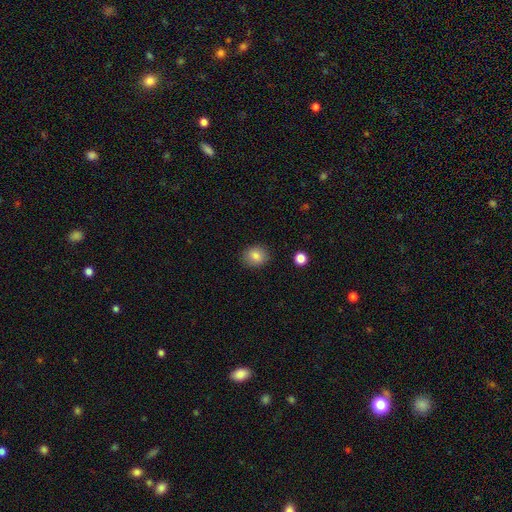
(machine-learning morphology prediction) Smooth or featured? smooth (84%)
How rounded? round (69%)
Merging? none (87%)